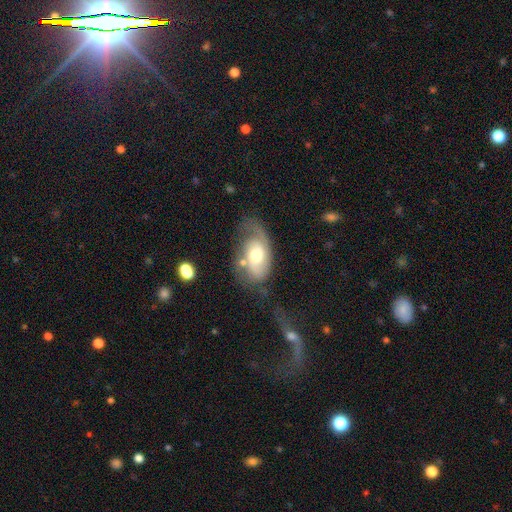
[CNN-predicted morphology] A featured or disk galaxy (66%) with no bar (67%), 2 (53%) medium (41%) spiral arms (85%) and a moderate central bulge (68%).

Vote fractions:
- Smooth or featured? featured or disk: 66% / smooth: 28% / star or artifact: 7%
- Edge-on disk? no: 94% / yes: 6%
- Bar? no: 67% / weak: 27% / strong: 6%
- Spiral arms? yes: 85% / no: 15%
- Spiral winding? medium: 41% / loose: 32% / tight: 26%
- Spiral arm count? 2: 53% / 1: 32% / can't tell: 12% / 3: 2% / 4: 1% / more than 4: 1%
- Bulge size? moderate: 68% / small: 17% / large: 12% / dominant: 1% / none: 1%
- Merging? none: 43% / minor disturbance: 24% / major disturbance: 24% / merger: 8%